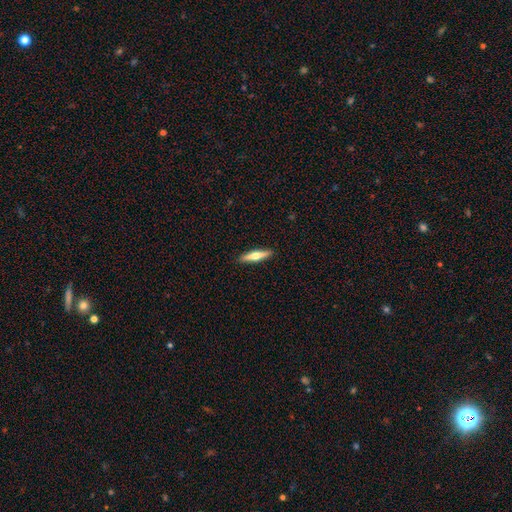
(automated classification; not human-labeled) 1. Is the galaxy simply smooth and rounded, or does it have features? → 49% smooth, 46% featured or disk, 5% star or artifact.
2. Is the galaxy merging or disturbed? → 91% none, 6% minor disturbance, 1% major disturbance, 1% merger.